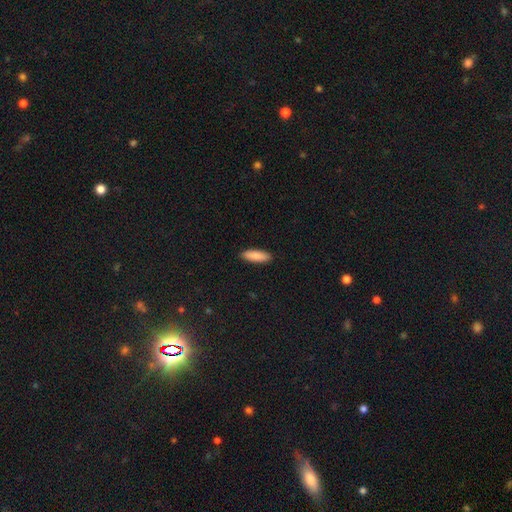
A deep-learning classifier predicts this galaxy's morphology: This is clearly a smooth galaxy (88%). How rounded: possibly in between (50%). Merging: clearly none (91%).